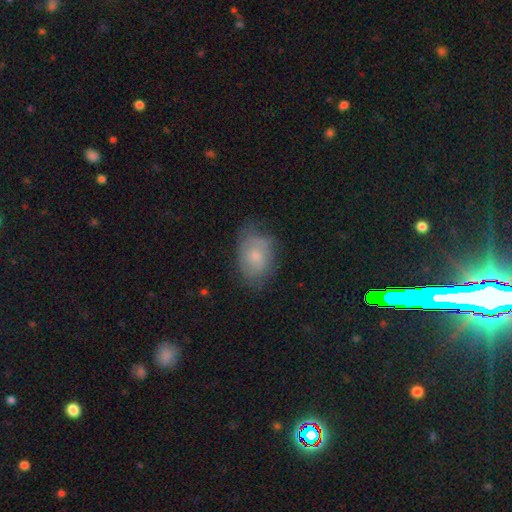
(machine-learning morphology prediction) The model was most divided on "smooth or featured": smooth: 53%, featured or disk: 38%, star or artifact: 9%. More confident: how rounded — in between (80%); merging — none (58%).